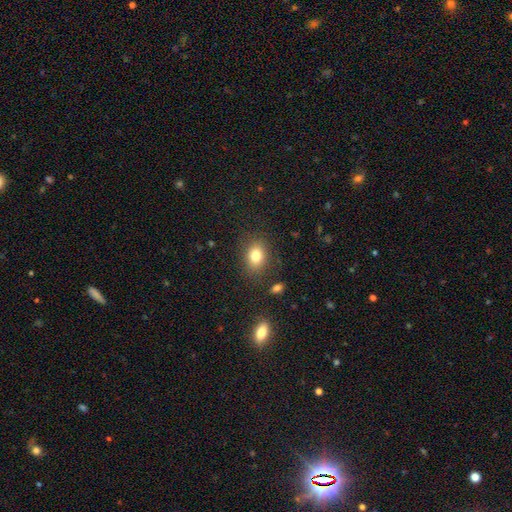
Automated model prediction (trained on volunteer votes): Smooth or featured? smooth (81%)
How rounded? in between (67%)
Merging? none (83%)